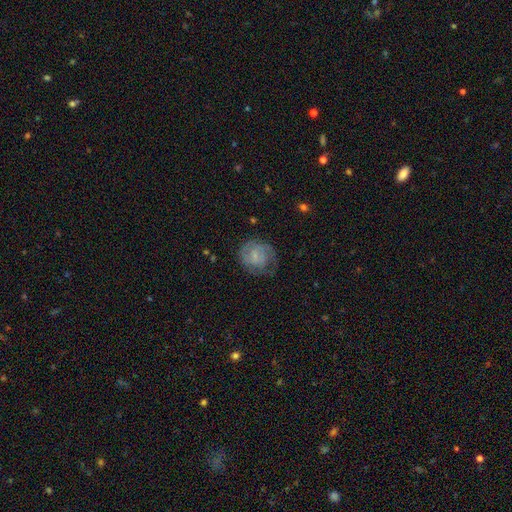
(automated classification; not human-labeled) Smooth or featured?
  - featured or disk: 53% *
  - smooth: 39%
  - star or artifact: 8%
Edge-on disk?
  - no: 98% *
  - yes: 2%
Bar?
  - no: 53% *
  - weak: 40%
  - strong: 7%
Spiral arms?
  - yes: 79% *
  - no: 21%
Bulge size?
  - small: 49% *
  - none: 29%
  - moderate: 19%
  - large: 2%
  - dominant: 1%
Merging?
  - none: 57% *
  - minor disturbance: 24%
  - major disturbance: 18%
  - merger: 1%